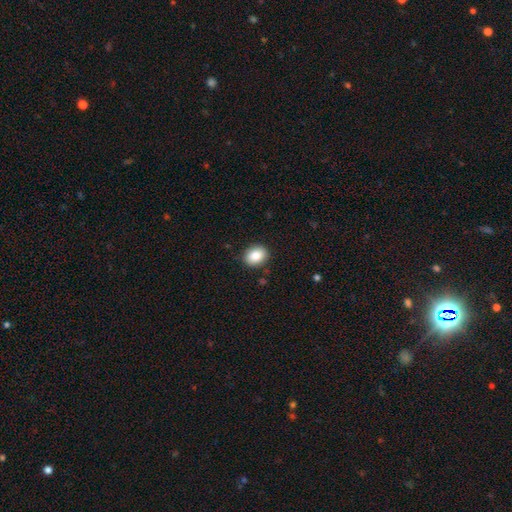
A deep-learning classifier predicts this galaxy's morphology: smooth_or_featured: smooth (p=0.85) [alt: star or artifact p=0.08]
how_rounded: in between (p=0.58) [alt: round p=0.42]
merging: none (p=0.88) [alt: minor disturbance p=0.08]